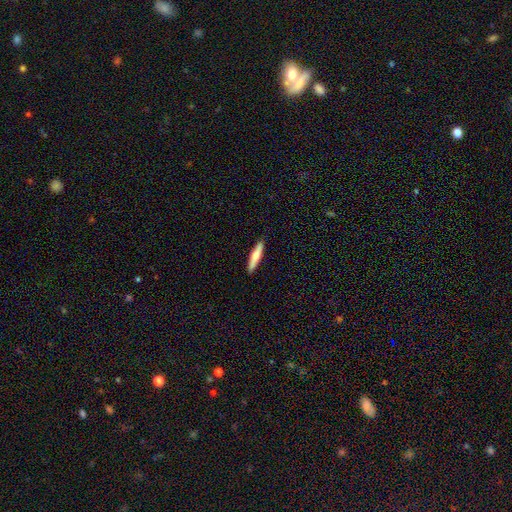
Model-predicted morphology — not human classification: type=smooth (64%); roundness=cigar-shaped (87%); merging=none (90%).